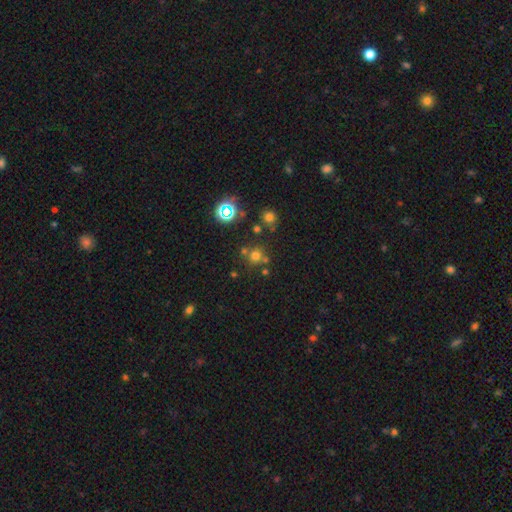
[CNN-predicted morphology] This appears to be a smooth galaxy with no disk features (61%) that is round (90%). Merging: none (68%).